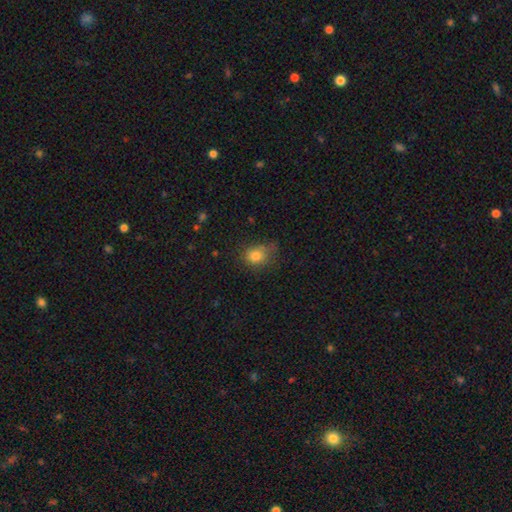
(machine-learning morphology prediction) A smooth galaxy with no disk features (82%) that is round (54%). Merging: none (58%).